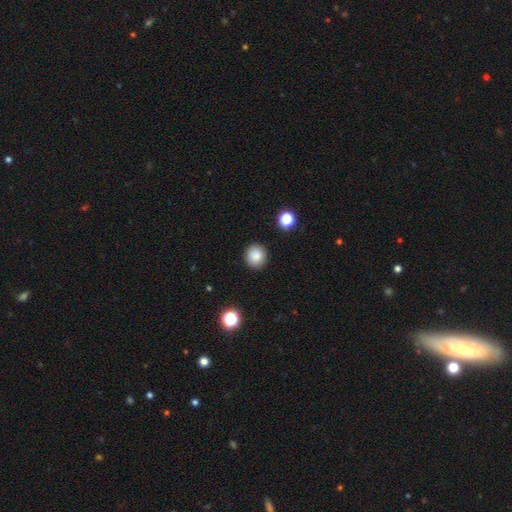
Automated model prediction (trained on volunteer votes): This appears to be a smooth galaxy with no disk features (86%) that is round (83%). Merging: none (89%).